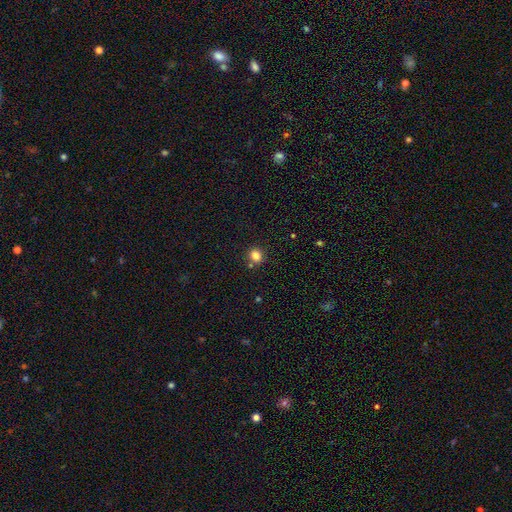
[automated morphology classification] This appears to be a smooth galaxy with no disk features (82%) that is round (75%). Merging: none (79%).